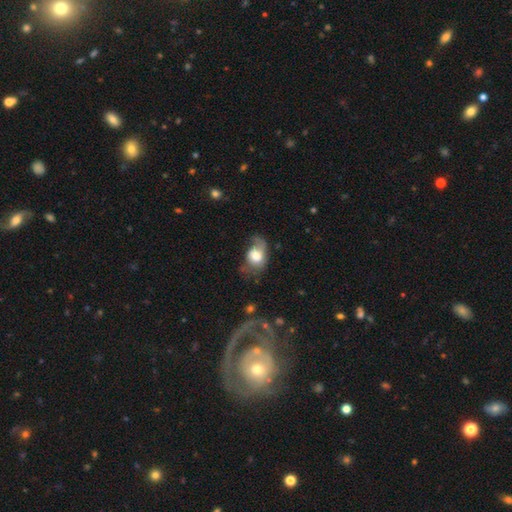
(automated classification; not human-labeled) A smooth galaxy with no disk features (60%) that is in between round and cigar-shaped (70%).

Vote fractions:
- Smooth or featured? smooth: 60% / featured or disk: 33% / star or artifact: 8%
- How rounded? in between: 70% / round: 28% / cigar-shaped: 1%
- Merging? major disturbance: 36% / minor disturbance: 30% / none: 30% / merger: 4%